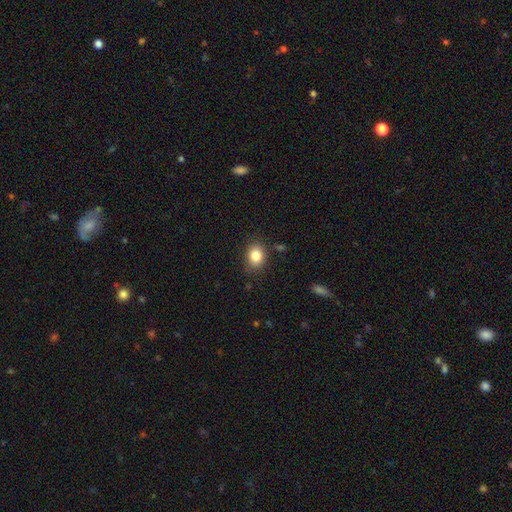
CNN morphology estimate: Smooth or featured?
  - smooth: 84% *
  - star or artifact: 10%
  - featured or disk: 6%
How rounded?
  - in between: 50% *
  - round: 49%
  - cigar-shaped: 1%
Merging?
  - none: 84% *
  - minor disturbance: 11%
  - major disturbance: 3%
  - merger: 2%